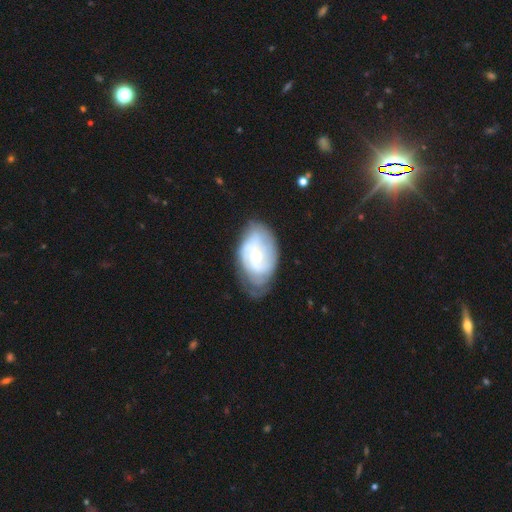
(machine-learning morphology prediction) This is likely a featured or disk galaxy (71%). It is clearly not viewed edge-on (96%). Bar: likely no (69%). Spiral arm pattern: clearly yes (84%). Spiral arm count: possibly can't tell (47%). Spiral winding: possibly tight (59%). Central bulge: possibly small (59%). Merging: possibly none (58%).